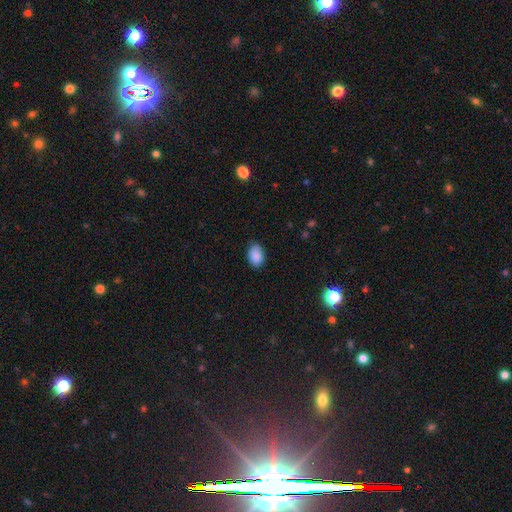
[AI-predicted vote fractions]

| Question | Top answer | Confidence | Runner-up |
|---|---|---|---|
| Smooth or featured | smooth | 89% | star or artifact (7%) |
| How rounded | in between | 85% | round (14%) |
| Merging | none | 81% | minor disturbance (15%) |